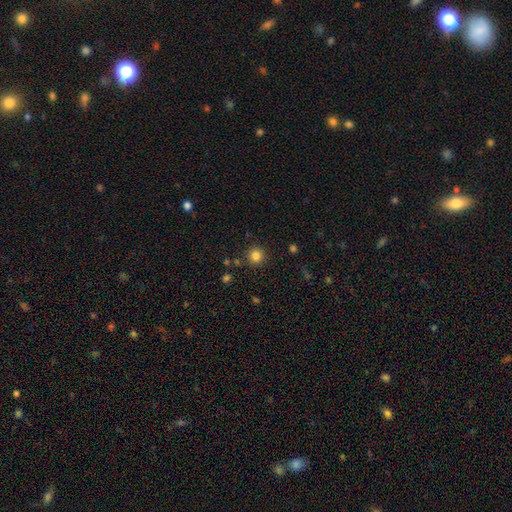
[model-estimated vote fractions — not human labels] Morphology: type=smooth (83%); roundness=round (94%); merging=none (88%).